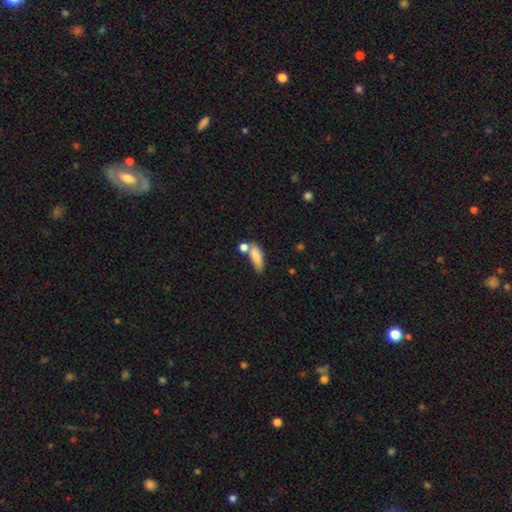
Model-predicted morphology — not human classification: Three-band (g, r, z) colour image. It shows a smooth galaxy with no disk features (80%) that is in between round and cigar-shaped (65%). Merging: none (39%).